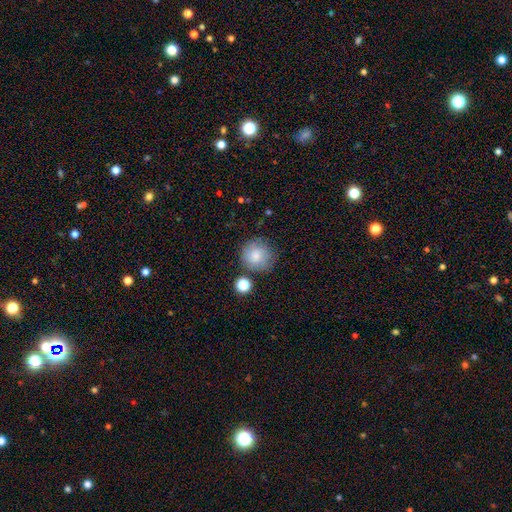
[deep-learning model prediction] Morphology: type=smooth (77%); roundness=round (92%); merging=none (74%).